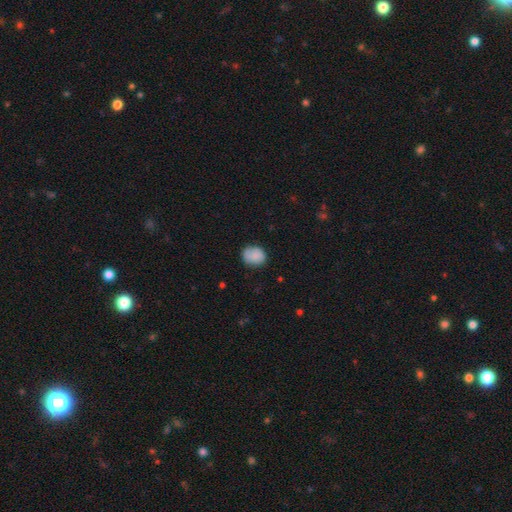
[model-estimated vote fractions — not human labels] Smooth or featured?
  - smooth: 83% *
  - featured or disk: 9%
  - star or artifact: 8%
How rounded?
  - round: 57% *
  - in between: 42%
  - cigar-shaped: 1%
Merging?
  - none: 73% *
  - minor disturbance: 20%
  - major disturbance: 5%
  - merger: 2%